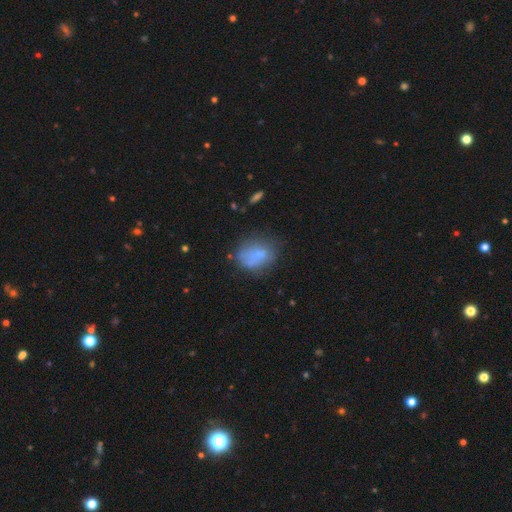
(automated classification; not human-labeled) Overall: smooth (65%). How rounded: in between (61%; round 38%). Merging: none (49%; minor disturbance 26%).